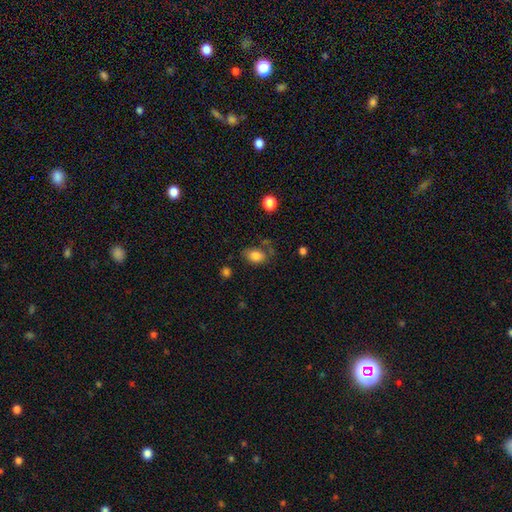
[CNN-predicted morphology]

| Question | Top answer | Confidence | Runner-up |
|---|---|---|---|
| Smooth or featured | smooth | 82% | star or artifact (9%) |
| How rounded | in between | 79% | round (20%) |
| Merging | none | 63% | minor disturbance (22%) |